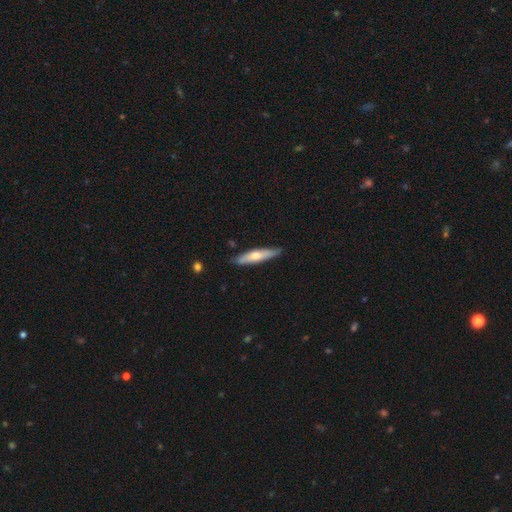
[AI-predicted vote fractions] Overall: smooth (54%; featured or disk 41%). How rounded: cigar-shaped (82%). Merging: none (84%).